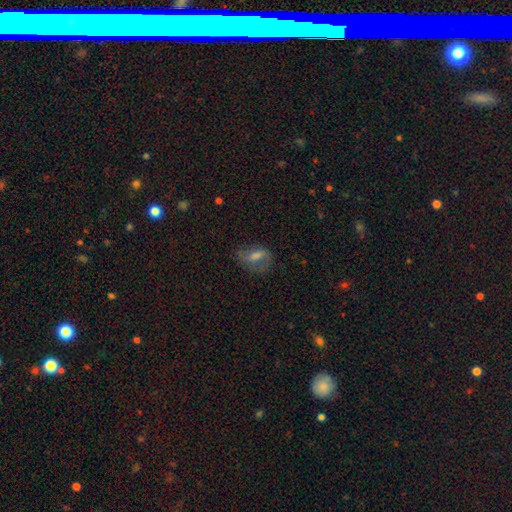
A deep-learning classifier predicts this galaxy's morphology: type=featured or disk (44%); merging=none (57%).